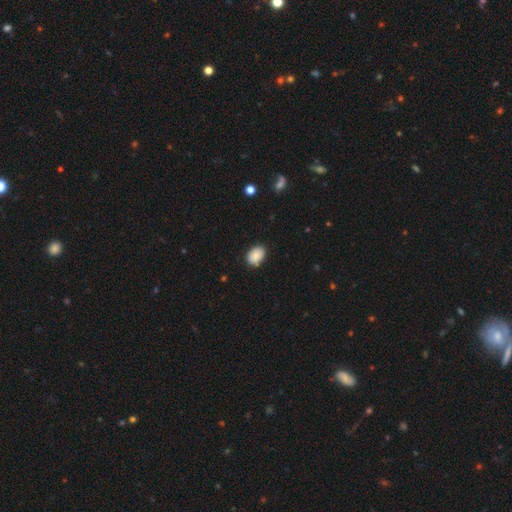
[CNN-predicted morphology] type=smooth (87%); roundness=in between (76%); merging=none (83%).